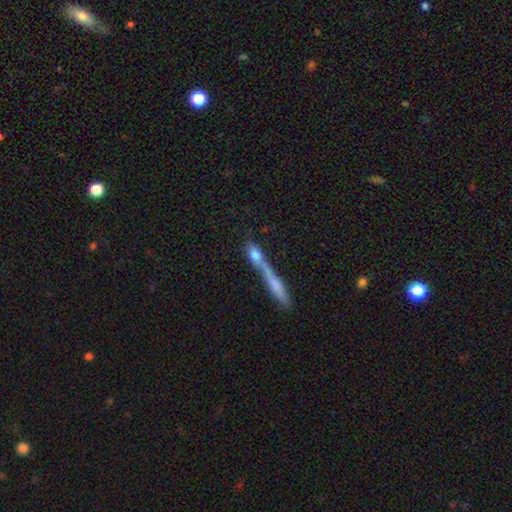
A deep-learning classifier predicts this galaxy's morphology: This is likely a smooth galaxy (63%). How rounded: possibly cigar-shaped (54%). Merging: possibly merger (52%).